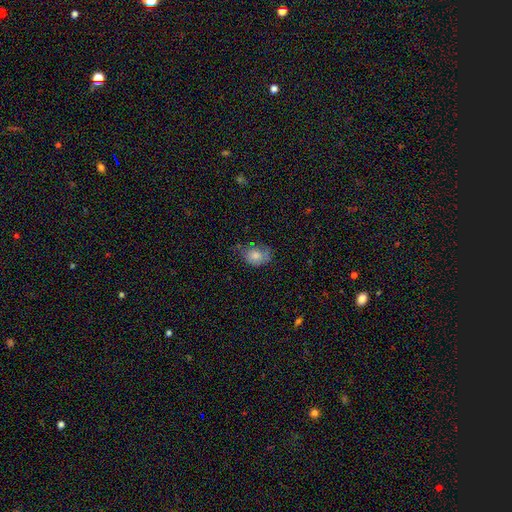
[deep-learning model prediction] Smooth or featured? smooth (78%)
How rounded? in between (67%)
Merging? none (50%)